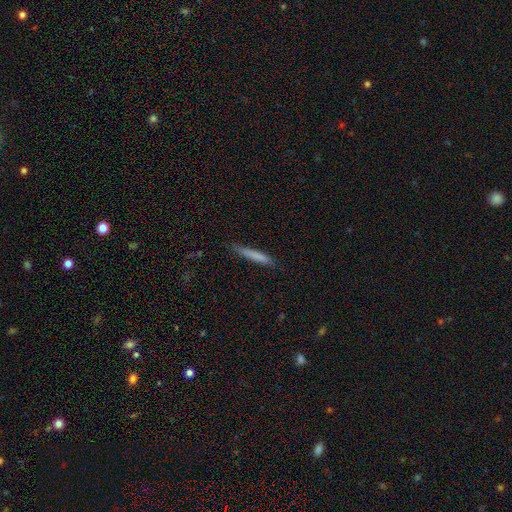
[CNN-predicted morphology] Overall: smooth (76%). How rounded: cigar-shaped (94%). Merging: none (83%).